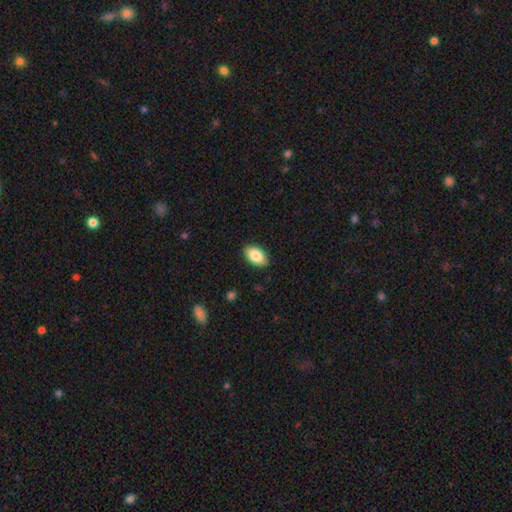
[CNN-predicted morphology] smooth 85%, featured or disk 8%, star or artifact 7%. Down the decision tree: how rounded — in between (92%); merging — none (88%).